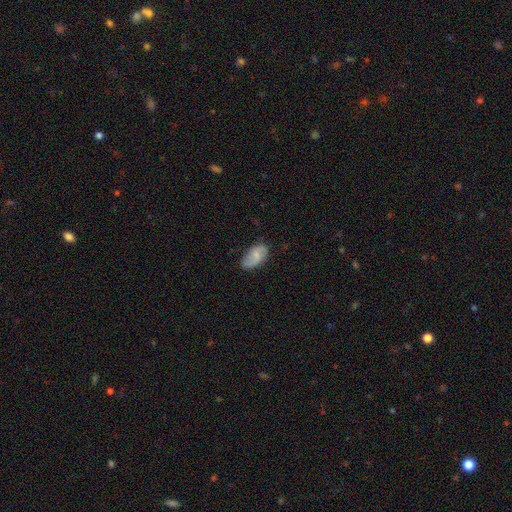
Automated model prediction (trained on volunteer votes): The model was most divided on "smooth or featured": smooth: 56%, featured or disk: 37%, star or artifact: 7%. More confident: how rounded — in between (93%); merging — none (67%).